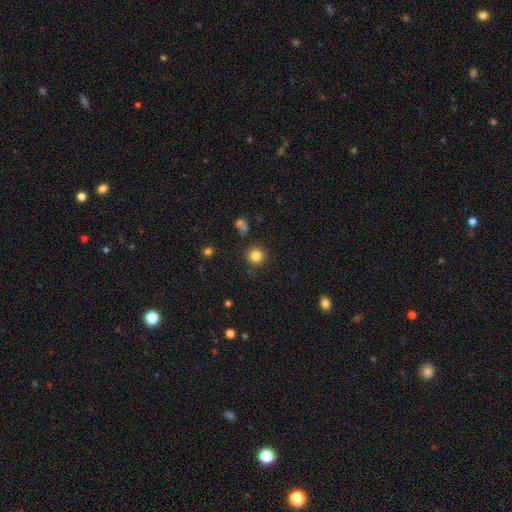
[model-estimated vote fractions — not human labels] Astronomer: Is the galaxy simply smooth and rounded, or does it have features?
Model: smooth — 83%.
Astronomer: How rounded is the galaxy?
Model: round — 94%.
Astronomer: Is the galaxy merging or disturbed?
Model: none — 86%.